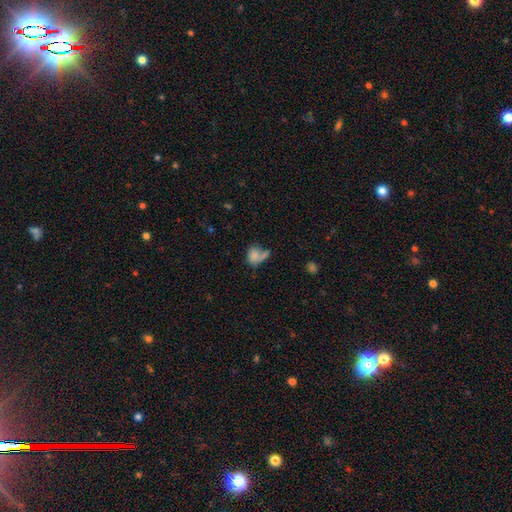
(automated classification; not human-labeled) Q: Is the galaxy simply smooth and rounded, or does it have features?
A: smooth — 74%.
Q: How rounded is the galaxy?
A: in between — 63%.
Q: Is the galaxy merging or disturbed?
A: merger — 35%.